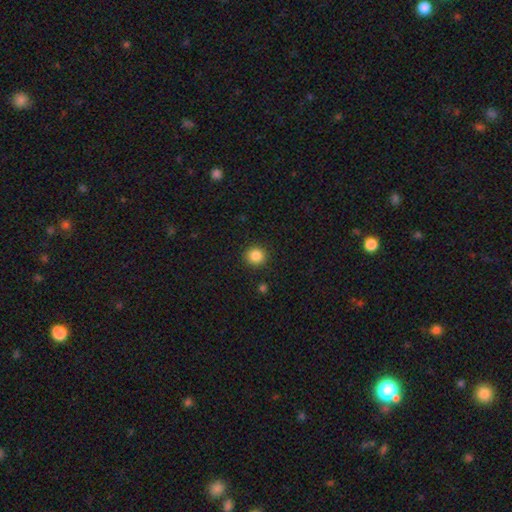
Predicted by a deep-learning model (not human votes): Q: Smooth or featured?
A: smooth (86%); runner-up: star or artifact (10%)
Q: How rounded?
A: round (92%); runner-up: in between (7%)
Q: Merging?
A: none (91%); runner-up: minor disturbance (6%)